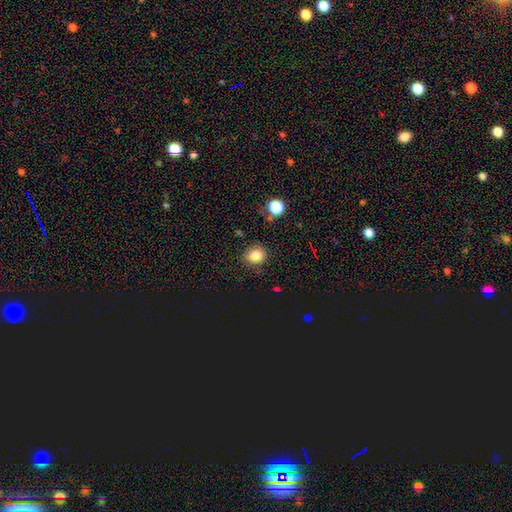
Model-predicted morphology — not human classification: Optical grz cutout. It shows a smooth galaxy with no disk features (82%) that is round (75%). Merging: none (83%).